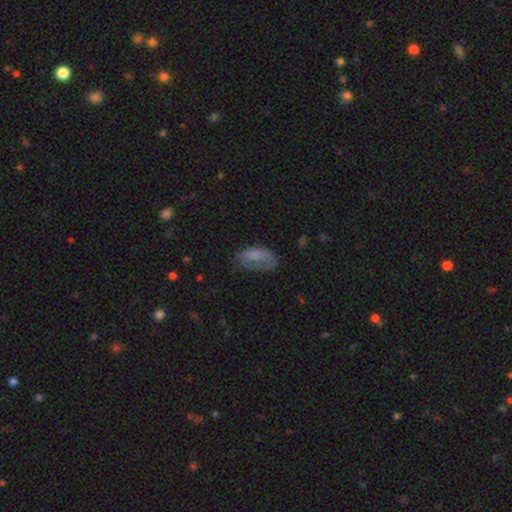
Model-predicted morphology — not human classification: Q: Smooth or featured?
A: smooth (70%); runner-up: featured or disk (21%)
Q: How rounded?
A: in between (92%); runner-up: cigar-shaped (4%)
Q: Merging?
A: none (43%); runner-up: minor disturbance (31%)